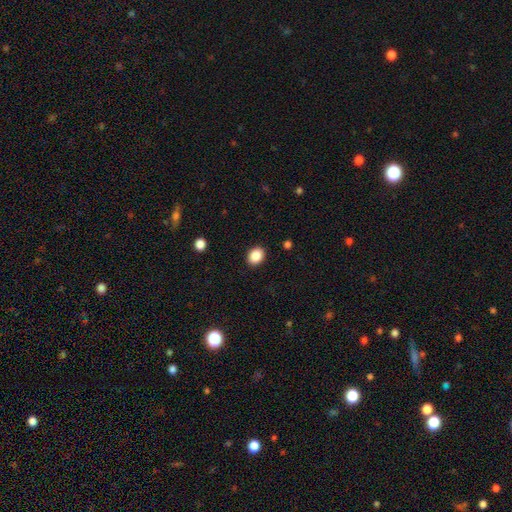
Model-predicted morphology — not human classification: smooth-or-featured: smooth: 88% | star or artifact: 9% | featured or disk: 3%
  how-rounded: in between: 55% | round: 44% | cigar-shaped: 1%
  merging: none: 90% | minor disturbance: 7% | major disturbance: 2% | merger: 1%